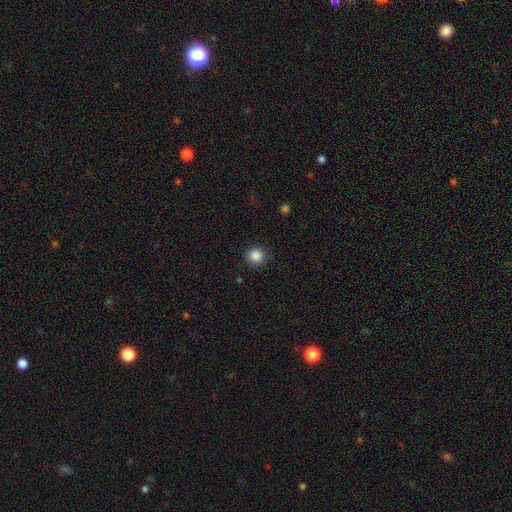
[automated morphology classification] Smooth or featured? Predicted: smooth (p=0.87). How rounded? Predicted: round (p=0.94). Merging? Predicted: none (p=0.90).